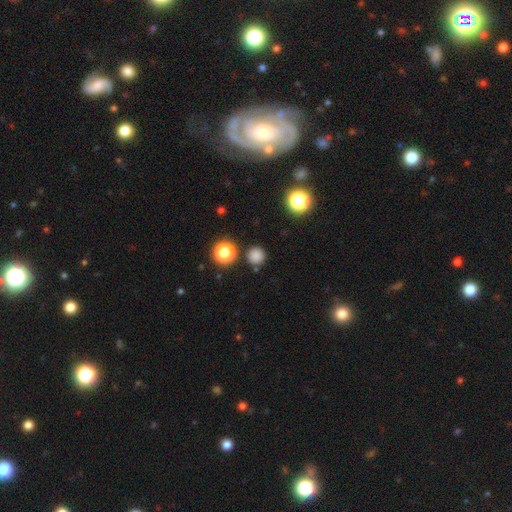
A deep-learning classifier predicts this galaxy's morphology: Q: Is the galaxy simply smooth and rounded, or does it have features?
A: smooth — 79%.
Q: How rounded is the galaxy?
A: round — 94%.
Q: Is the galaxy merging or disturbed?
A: none — 85%.